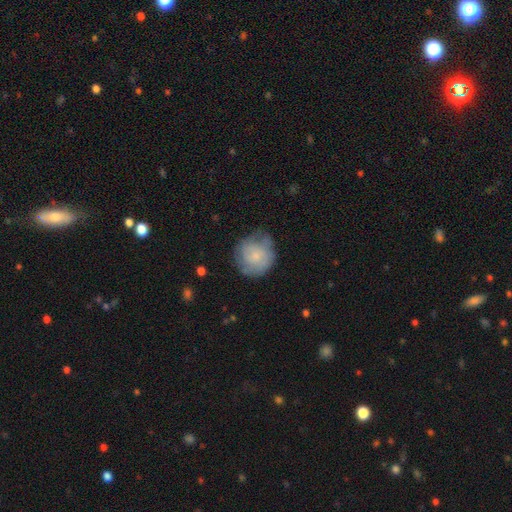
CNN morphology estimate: smooth 63%, featured or disk 30%, star or artifact 7%. Down the decision tree: how rounded — round (87%); merging — none (57%).